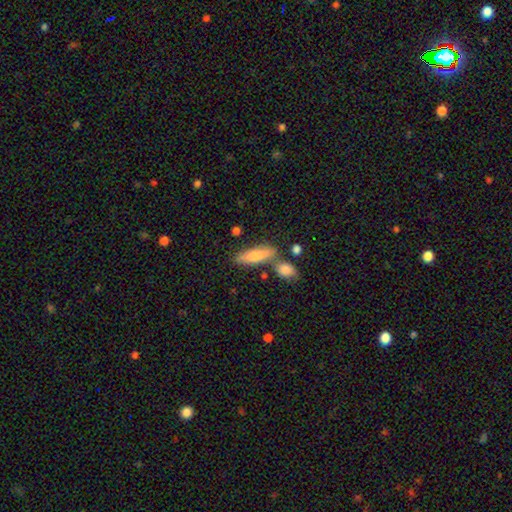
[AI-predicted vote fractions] Smooth or featured? Predicted: smooth (p=0.72). How rounded? Predicted: cigar-shaped (p=0.56). Merging? Predicted: none (p=0.69).